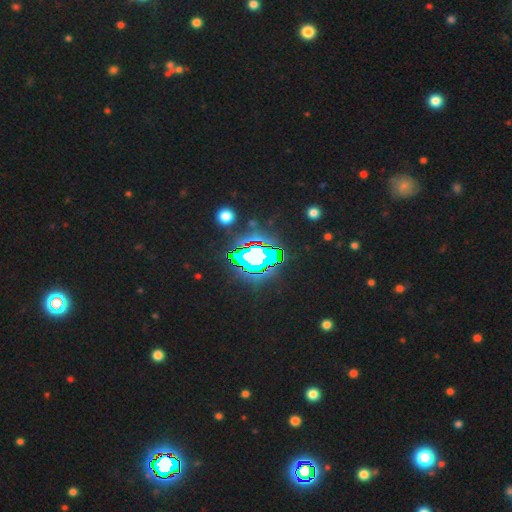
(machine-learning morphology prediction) smooth_or_featured: star or artifact (p=0.68) [alt: smooth p=0.17]